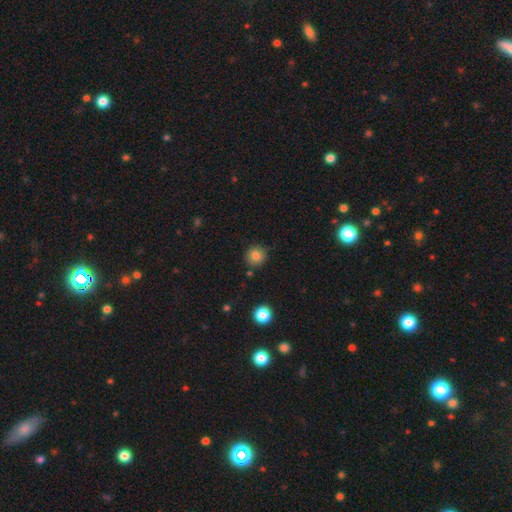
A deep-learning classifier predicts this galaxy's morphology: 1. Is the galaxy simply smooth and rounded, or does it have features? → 81% smooth, 12% star or artifact, 7% featured or disk.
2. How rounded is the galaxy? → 91% round, 8% in between, 1% cigar-shaped.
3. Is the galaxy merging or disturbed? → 84% none, 10% minor disturbance, 3% merger, 2% major disturbance.